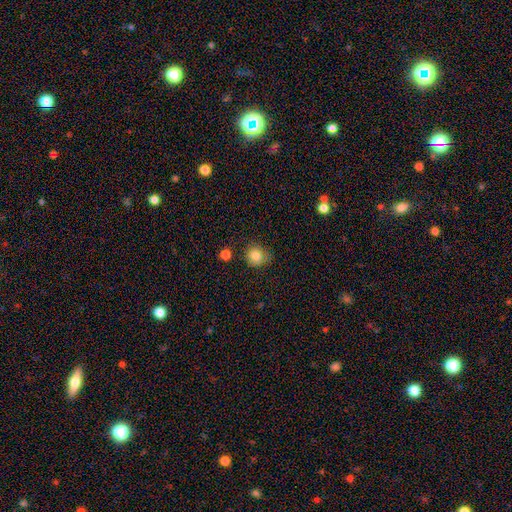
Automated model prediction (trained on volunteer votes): Smooth or featured?
  - smooth: 83% *
  - star or artifact: 10%
  - featured or disk: 7%
How rounded?
  - round: 87% *
  - in between: 12%
  - cigar-shaped: 1%
Merging?
  - none: 73% *
  - minor disturbance: 19%
  - major disturbance: 5%
  - merger: 4%